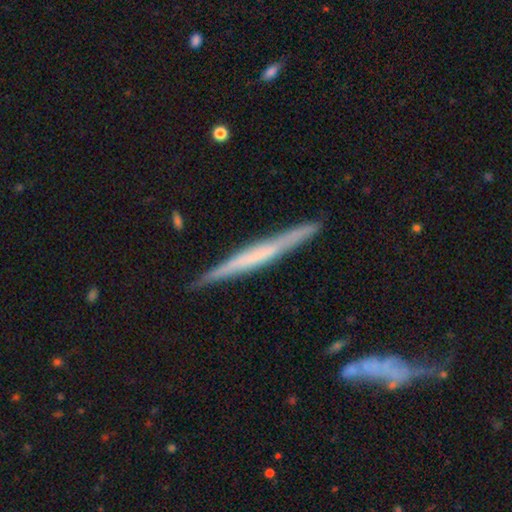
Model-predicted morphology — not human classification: The model was most divided on "smooth or featured": featured or disk: 62%, smooth: 32%, star or artifact: 6%. More confident: edge-on disk — yes (97%); merging — none (86%); edge-on bulge — none (66%).